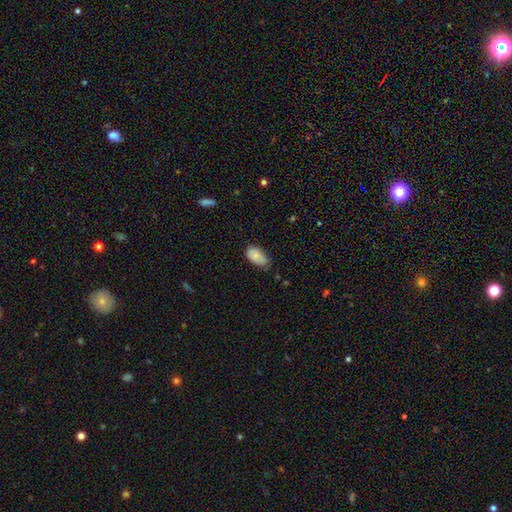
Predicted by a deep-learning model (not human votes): The model was most divided on "merging": none: 54%, minor disturbance: 38%, major disturbance: 6%, merger: 2%. More confident: how rounded — in between (94%); smooth or featured — smooth (81%).